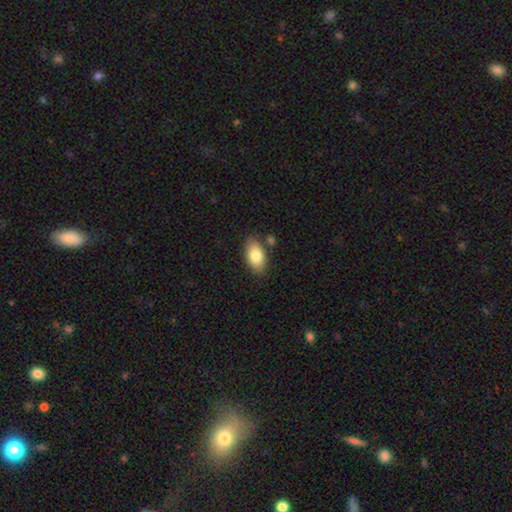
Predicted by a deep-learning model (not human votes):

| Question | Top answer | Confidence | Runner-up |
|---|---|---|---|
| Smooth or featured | smooth | 84% | featured or disk (10%) |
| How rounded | in between | 93% | round (4%) |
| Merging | none | 78% | minor disturbance (13%) |